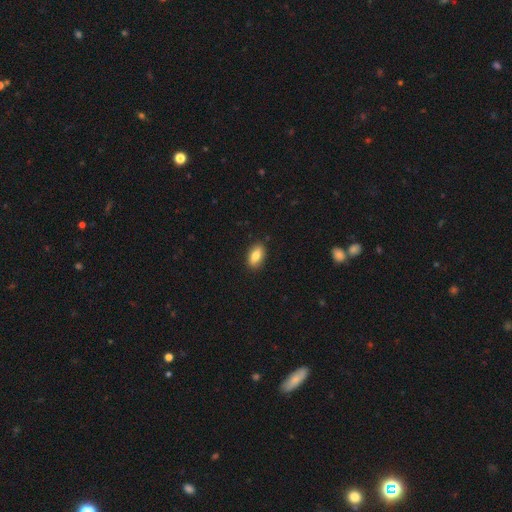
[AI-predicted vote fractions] A smooth galaxy with no disk features (80%) that is in between round and cigar-shaped (89%). Merging: none (88%).